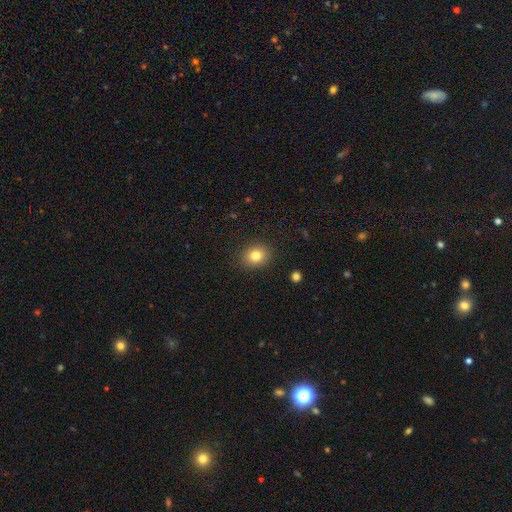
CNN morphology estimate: Q: Smooth or featured?
A: smooth (81%); runner-up: star or artifact (11%)
Q: How rounded?
A: round (62%); runner-up: in between (38%)
Q: Merging?
A: none (88%); runner-up: minor disturbance (8%)